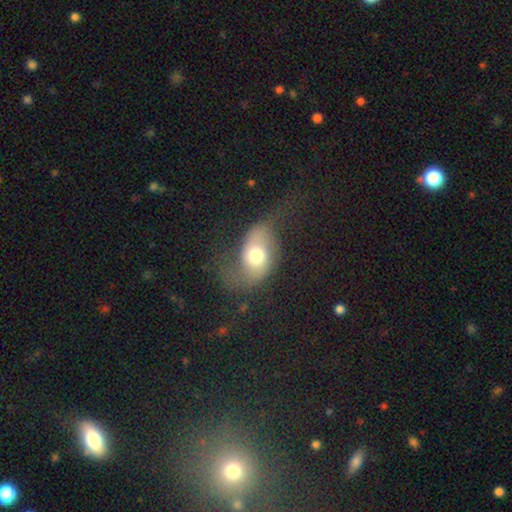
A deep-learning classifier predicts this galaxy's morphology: smooth-or-featured: featured or disk: 48% | smooth: 43% | star or artifact: 9%
  merging: none: 43% | major disturbance: 30% | minor disturbance: 24% | merger: 2%